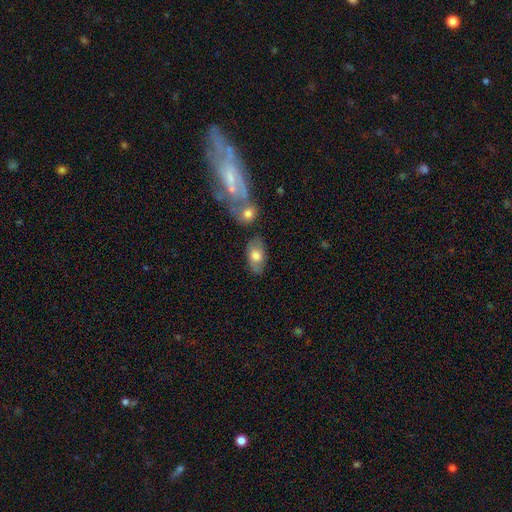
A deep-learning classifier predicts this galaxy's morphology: Smooth or featured?
  - smooth: 66% *
  - featured or disk: 27%
  - star or artifact: 7%
How rounded?
  - in between: 91% *
  - round: 6%
  - cigar-shaped: 2%
Merging?
  - none: 65% *
  - minor disturbance: 18%
  - merger: 11%
  - major disturbance: 6%